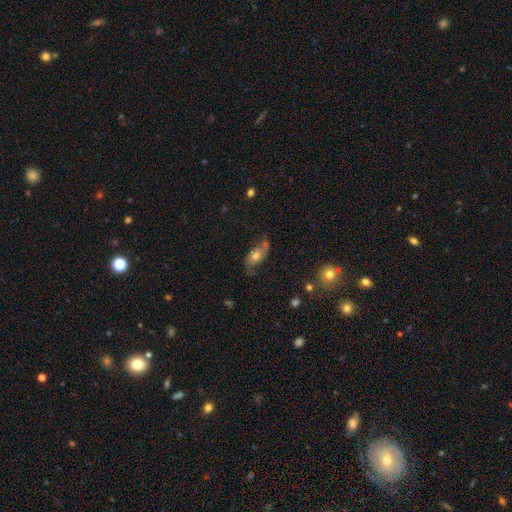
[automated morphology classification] This appears to be a smooth galaxy with no disk features (46%). Merging: none (52%).